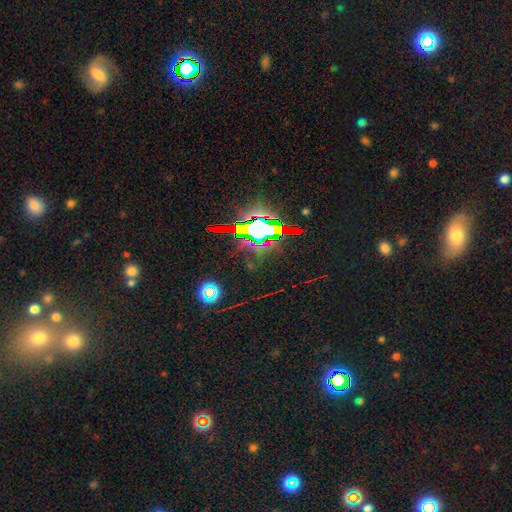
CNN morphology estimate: Smooth or featured? star or artifact (83%)